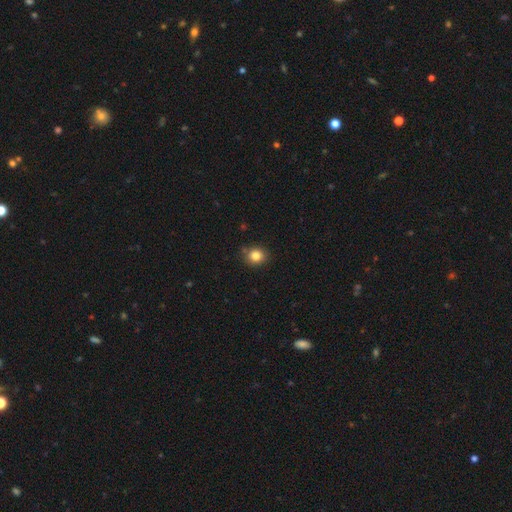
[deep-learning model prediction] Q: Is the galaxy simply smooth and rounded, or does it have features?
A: smooth — 83%.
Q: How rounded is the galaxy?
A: round — 76%.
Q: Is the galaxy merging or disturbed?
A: none — 85%.